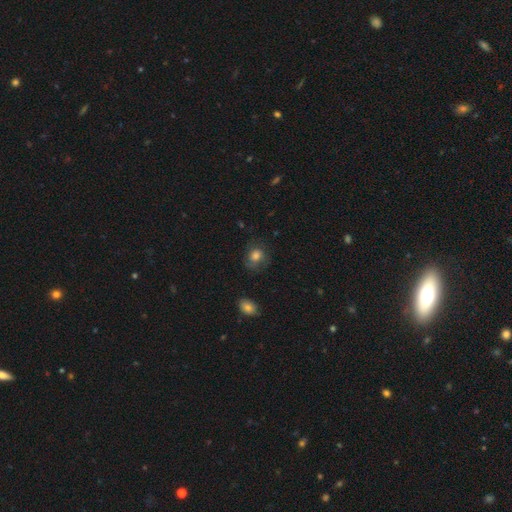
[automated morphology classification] smooth-or-featured: smooth: 68% | featured or disk: 21% | star or artifact: 11%
  how-rounded: round: 64% | in between: 35% | cigar-shaped: 1%
  merging: none: 63% | minor disturbance: 22% | major disturbance: 13% | merger: 2%